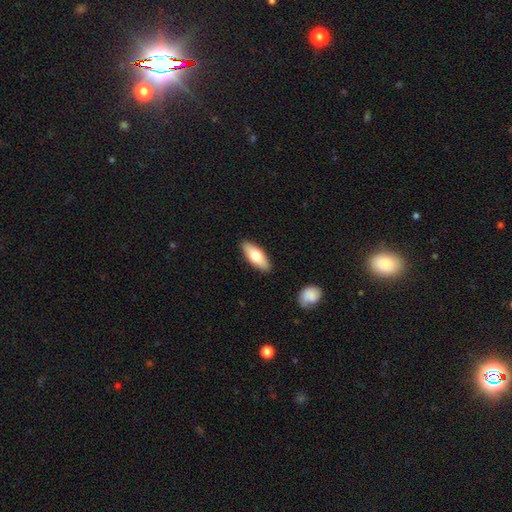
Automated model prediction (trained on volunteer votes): This is likely a smooth galaxy (68%). How rounded: likely in between (71%). Merging: clearly none (88%).